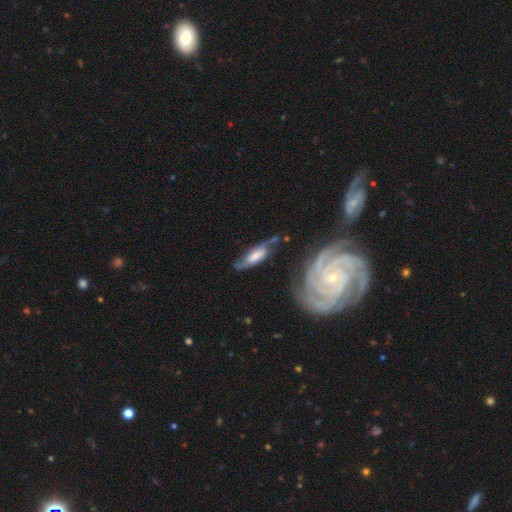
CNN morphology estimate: Q: Smooth or featured?
A: featured or disk (62%); runner-up: smooth (32%)
Q: Edge-on disk?
A: no (80%); runner-up: yes (20%)
Q: Merging?
A: none (46%); runner-up: minor disturbance (26%)